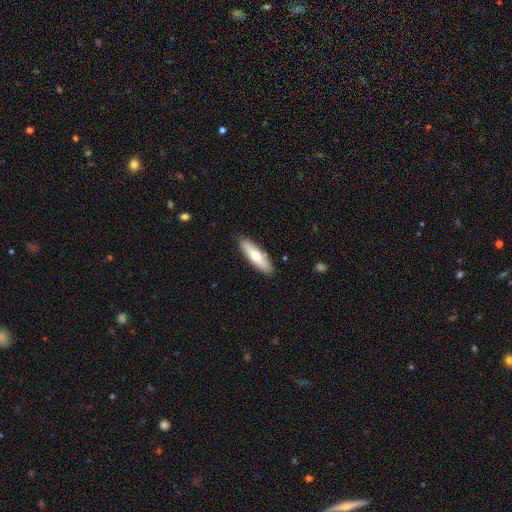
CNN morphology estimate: The model was most divided on "smooth or featured": smooth: 60%, featured or disk: 35%, star or artifact: 5%. More confident: merging — none (89%); how rounded — cigar-shaped (63%).